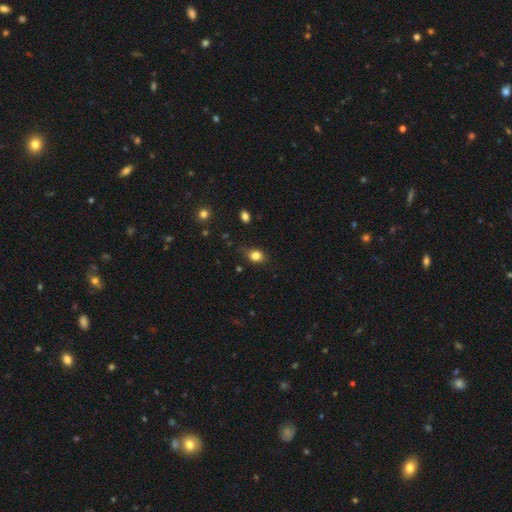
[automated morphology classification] type=smooth (80%); roundness=in between (53%); merging=none (72%).